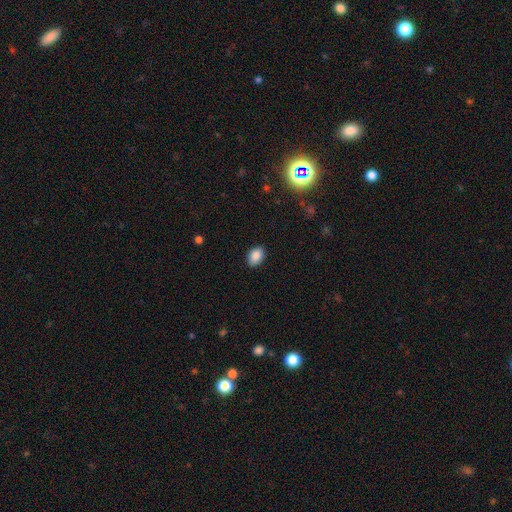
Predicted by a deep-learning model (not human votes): A smooth galaxy with no disk features (88%) that is in between round and cigar-shaped (85%). Merging: none (86%).